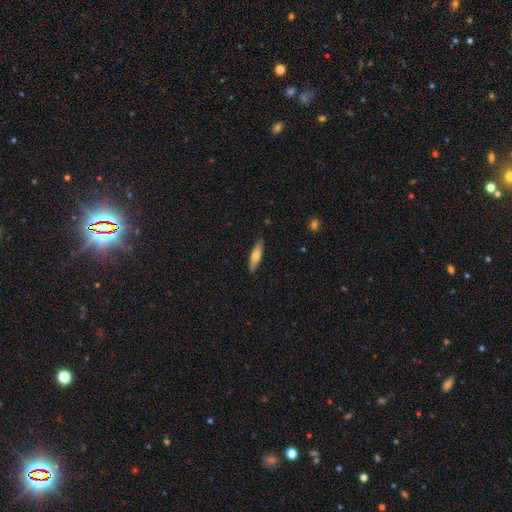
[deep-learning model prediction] A smooth galaxy with no disk features (63%) that is cigar-shaped (68%). Merging: none (88%).